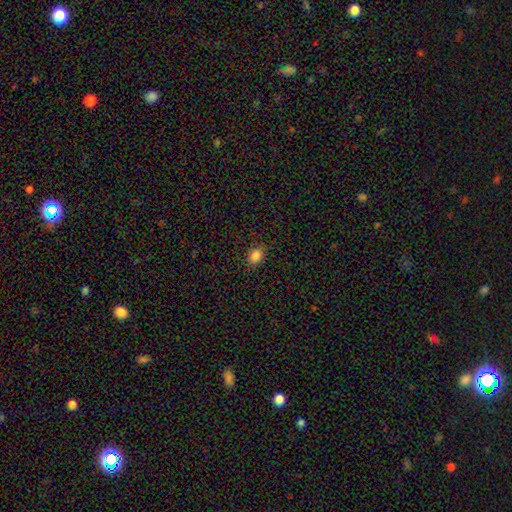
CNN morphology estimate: Smooth or featured?
  - smooth: 84% *
  - star or artifact: 12%
  - featured or disk: 4%
How rounded?
  - round: 52% *
  - in between: 47%
  - cigar-shaped: 1%
Merging?
  - none: 85% *
  - minor disturbance: 11%
  - major disturbance: 3%
  - merger: 1%